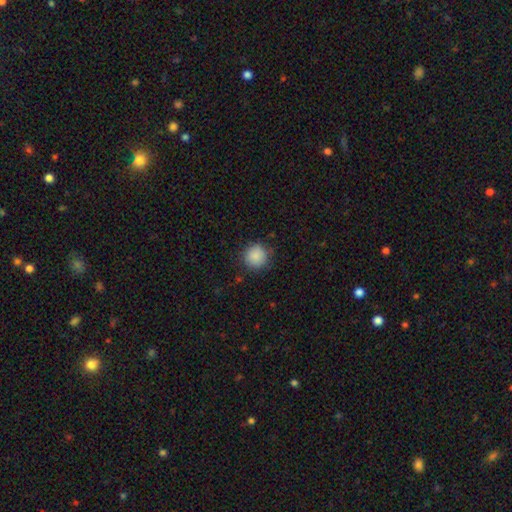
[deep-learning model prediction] Smooth or featured: smooth — 88% (star or artifact — 9%)
How rounded: round — 93% (in between — 6%)
Merging: none — 85% (minor disturbance — 11%)